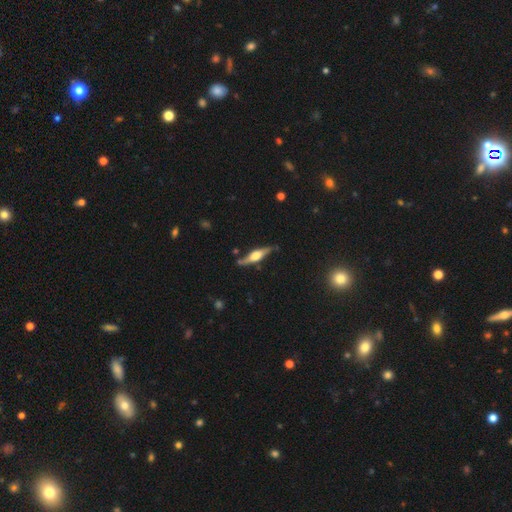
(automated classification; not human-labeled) A featured or disk galaxy (71%) viewed edge-on (94%) with a rounded central bulge (87%).

Vote fractions:
- Smooth or featured? featured or disk: 71% / smooth: 24% / star or artifact: 5%
- Edge-on disk? yes: 94% / no: 6%
- Edge-on bulge? rounded: 87% / boxy: 11% / none: 2%
- Merging? none: 78% / minor disturbance: 15% / merger: 4% / major disturbance: 3%